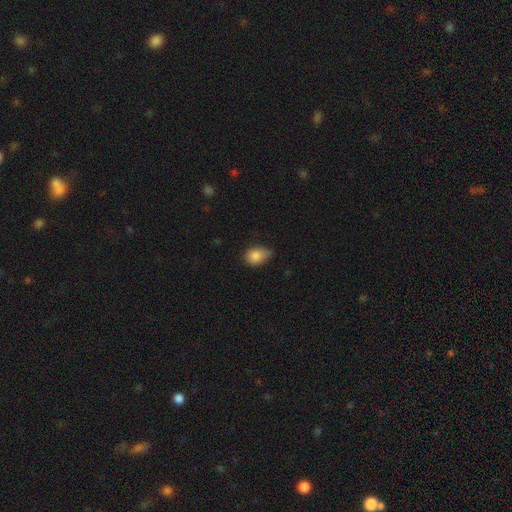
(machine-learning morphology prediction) A smooth galaxy with no disk features (84%) that is in between round and cigar-shaped (66%).

Vote fractions:
- Smooth or featured? smooth: 84% / star or artifact: 9% / featured or disk: 7%
- How rounded? in between: 66% / round: 33% / cigar-shaped: 1%
- Merging? minor disturbance: 46% / none: 43% / major disturbance: 9% / merger: 2%